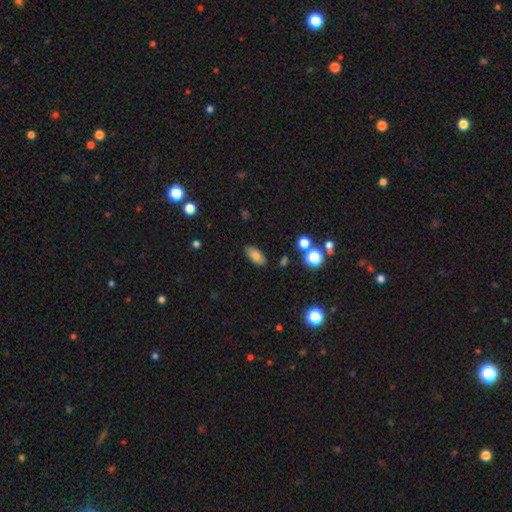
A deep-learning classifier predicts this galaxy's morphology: type=smooth (76%); roundness=in between (87%); merging=none (84%).